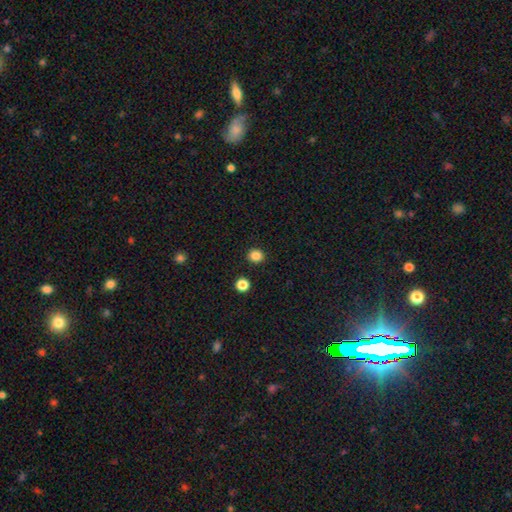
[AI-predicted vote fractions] Morphology: type=smooth (85%); roundness=round (85%); merging=none (91%).